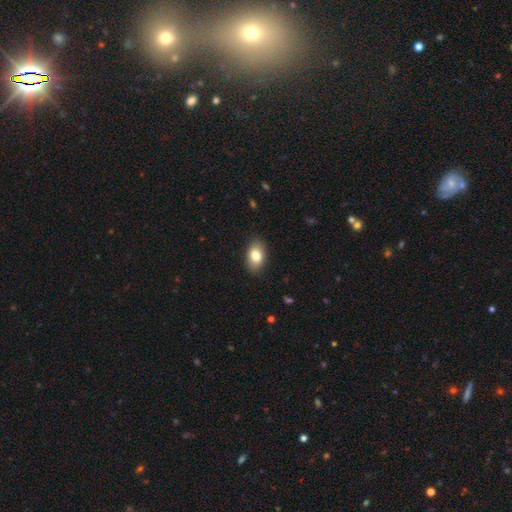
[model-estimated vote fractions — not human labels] smooth-or-featured: smooth: 81% | featured or disk: 11% | star or artifact: 8%
  how-rounded: in between: 89% | round: 9% | cigar-shaped: 2%
  merging: none: 88% | minor disturbance: 9% | major disturbance: 2% | merger: 1%